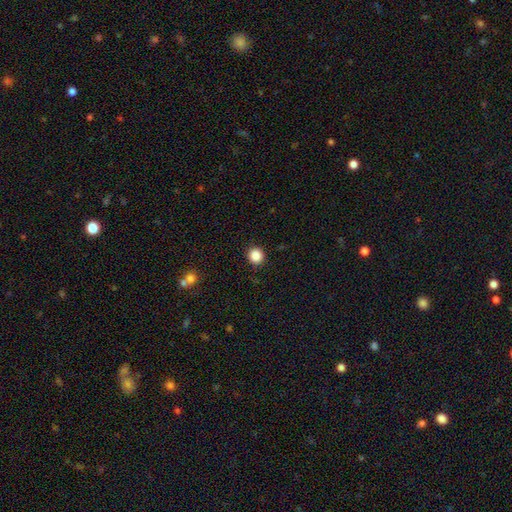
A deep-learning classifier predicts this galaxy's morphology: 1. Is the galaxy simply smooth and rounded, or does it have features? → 87% smooth, 10% star or artifact, 3% featured or disk.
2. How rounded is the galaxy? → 93% round, 6% in between, 1% cigar-shaped.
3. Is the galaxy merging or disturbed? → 92% none, 5% minor disturbance, 2% major disturbance, 1% merger.